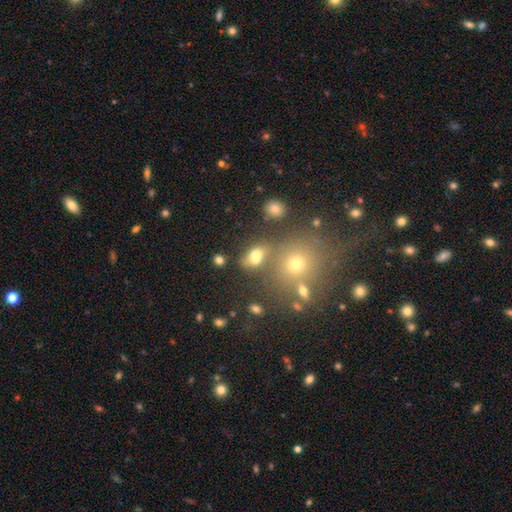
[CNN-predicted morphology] Q: Smooth or featured?
A: smooth (72%); runner-up: star or artifact (16%)
Q: How rounded?
A: in between (74%); runner-up: round (23%)
Q: Merging?
A: none (55%); runner-up: merger (23%)